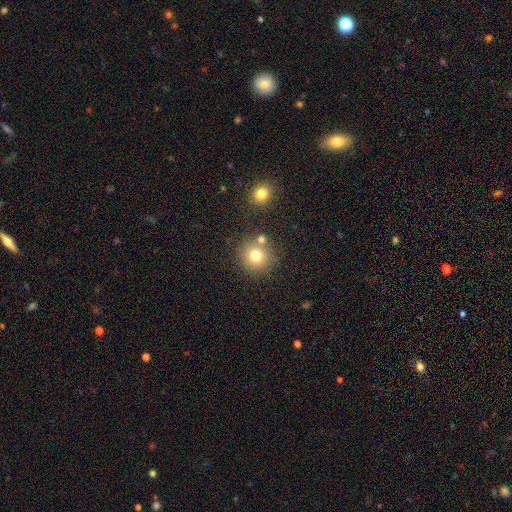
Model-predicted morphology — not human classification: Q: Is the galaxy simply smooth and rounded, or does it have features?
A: smooth — 77%.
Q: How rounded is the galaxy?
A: round — 92%.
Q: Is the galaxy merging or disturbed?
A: none — 72%.